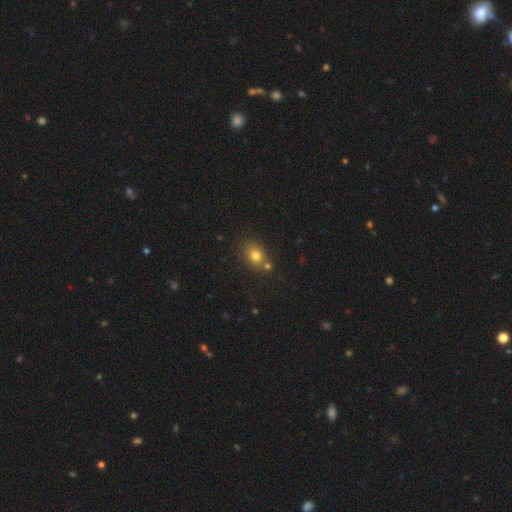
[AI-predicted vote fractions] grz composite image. It shows a smooth galaxy with no disk features (76%) that is round (53%). Merging: none (66%).